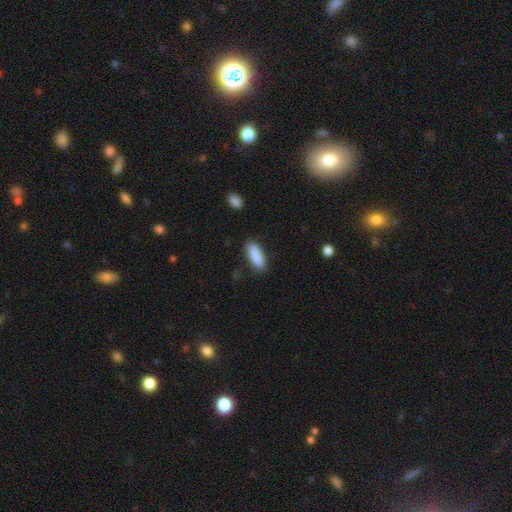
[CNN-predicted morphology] Smooth or featured? Predicted: smooth (p=0.89). How rounded? Predicted: in between (p=0.66). Merging? Predicted: none (p=0.84).